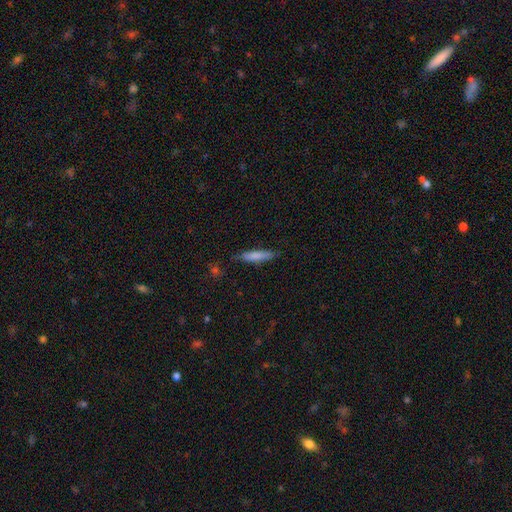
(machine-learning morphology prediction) A smooth galaxy with no disk features (78%) that is cigar-shaped (85%).

Vote fractions:
- Smooth or featured? smooth: 78% / featured or disk: 16% / star or artifact: 6%
- How rounded? cigar-shaped: 85% / in between: 14% / round: 1%
- Merging? none: 81% / minor disturbance: 15% / major disturbance: 3% / merger: 2%